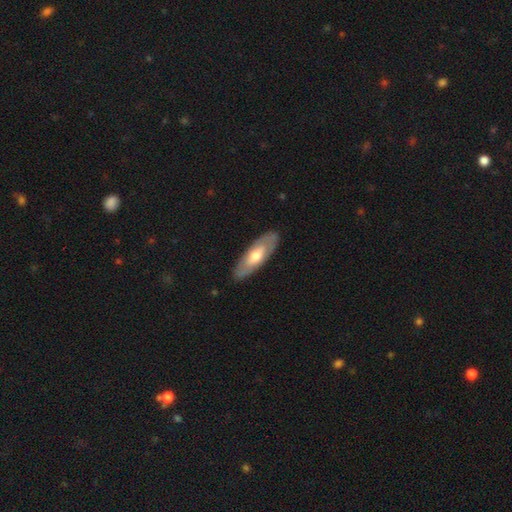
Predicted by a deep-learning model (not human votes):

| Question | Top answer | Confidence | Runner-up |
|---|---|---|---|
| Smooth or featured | smooth | 49% | featured or disk (47%) |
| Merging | none | 86% | minor disturbance (10%) |